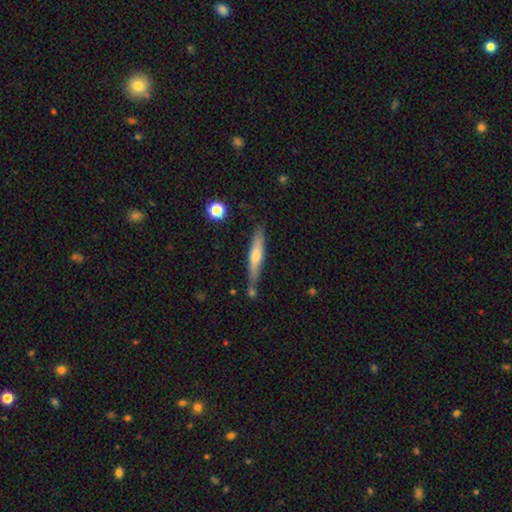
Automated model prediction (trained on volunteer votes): Overall: featured or disk (49%; smooth 45%). Merging: none (77%).